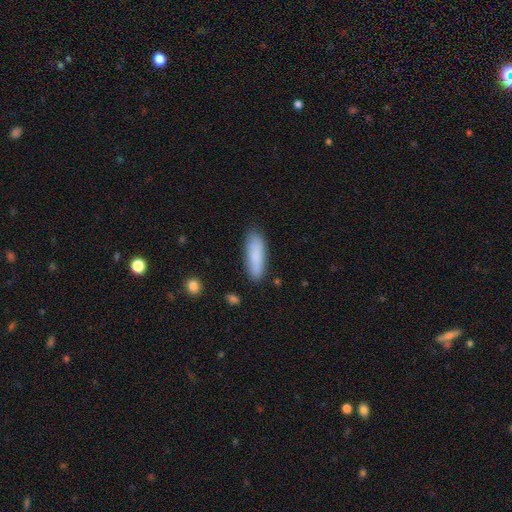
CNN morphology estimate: smooth 86%, featured or disk 8%, star or artifact 6%. Down the decision tree: how rounded — in between (49%, tied with cigar-shaped); merging — none (82%).